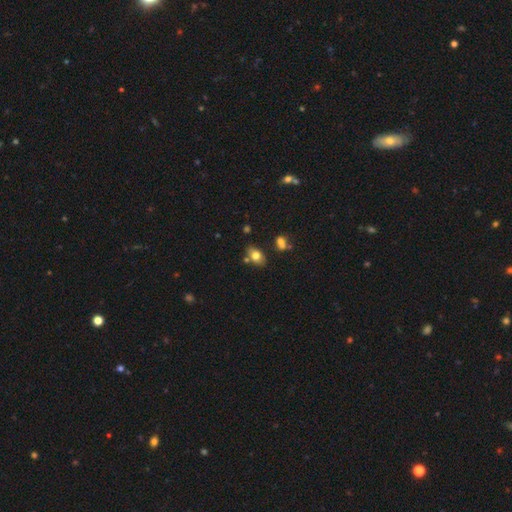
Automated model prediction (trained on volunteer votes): Smooth or featured? smooth (76%)
How rounded? in between (78%)
Merging? none (68%)